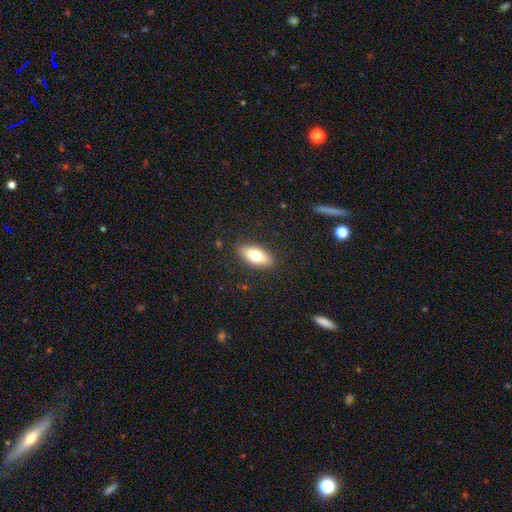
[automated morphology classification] type=smooth (74%); roundness=in between (85%); merging=none (87%).